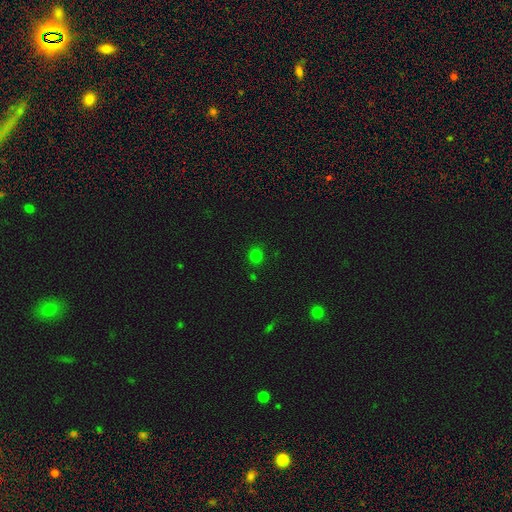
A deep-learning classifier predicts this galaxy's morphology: type=smooth (76%); roundness=round (86%); merging=none (87%).